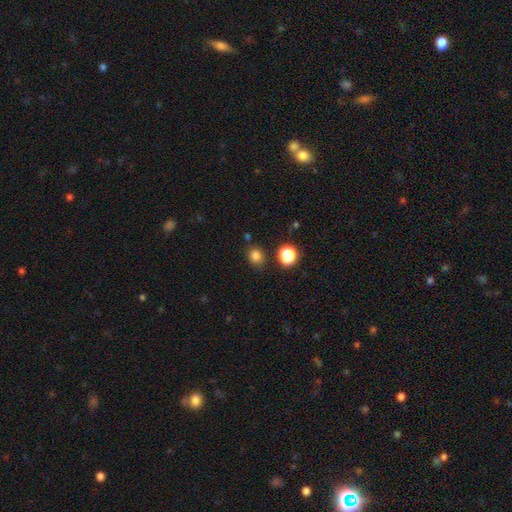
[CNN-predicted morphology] smooth-or-featured: smooth: 80% | star or artifact: 15% | featured or disk: 5%
  how-rounded: round: 66% | in between: 33% | cigar-shaped: 1%
  merging: none: 82% | minor disturbance: 10% | merger: 5% | major disturbance: 3%